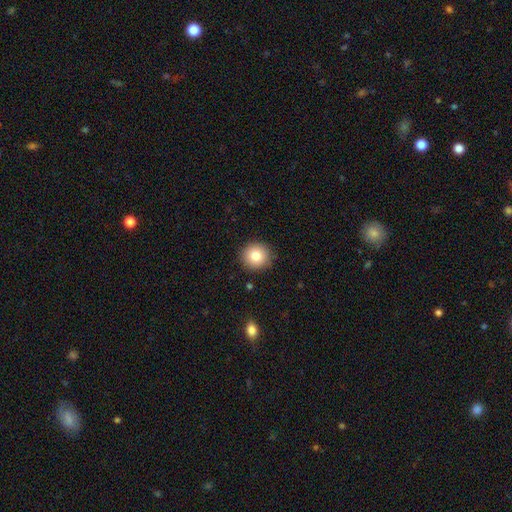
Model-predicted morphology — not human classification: This is clearly a smooth galaxy (82%). How rounded: clearly round (93%). Merging: clearly none (90%).